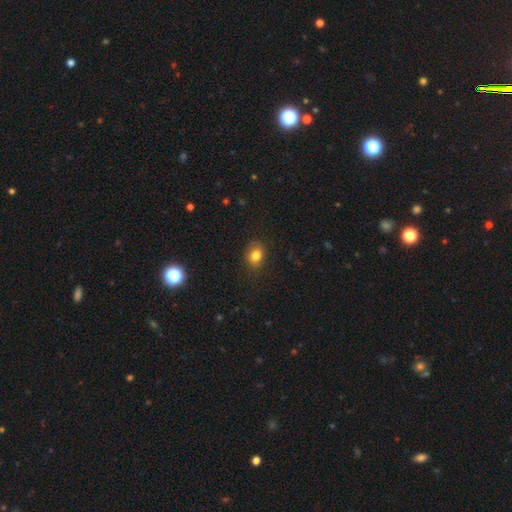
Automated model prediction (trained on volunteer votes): smooth_or_featured: smooth (p=0.81) [alt: star or artifact p=0.12]
how_rounded: in between (p=0.52) [alt: round p=0.47]
merging: none (p=0.82) [alt: minor disturbance p=0.13]